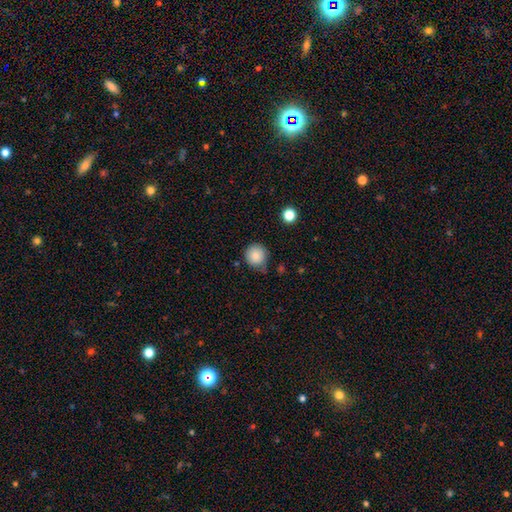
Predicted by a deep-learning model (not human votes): smooth_or_featured: smooth (p=0.86) [alt: star or artifact p=0.09]
how_rounded: round (p=0.93) [alt: in between p=0.06]
merging: none (p=0.74) [alt: minor disturbance p=0.19]